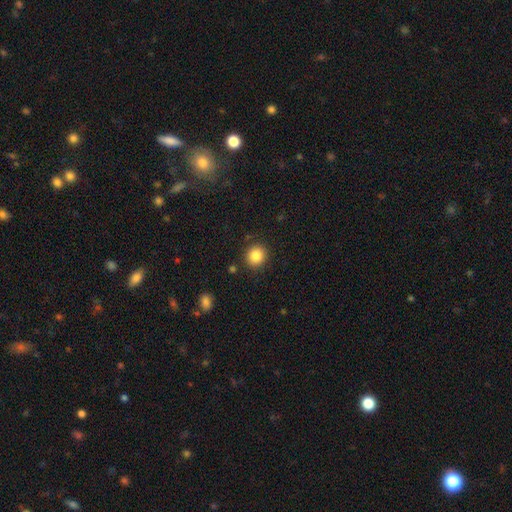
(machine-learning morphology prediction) type=smooth (85%); roundness=round (86%); merging=none (89%).